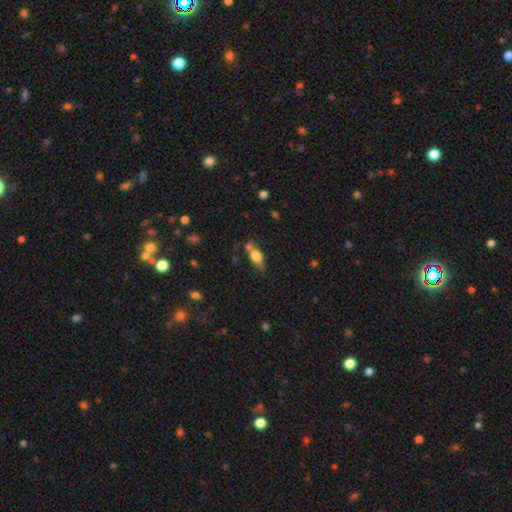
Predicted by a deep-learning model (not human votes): This appears to be a smooth galaxy with no disk features (71%) that is in between round and cigar-shaped (75%). Merging: none (47%).